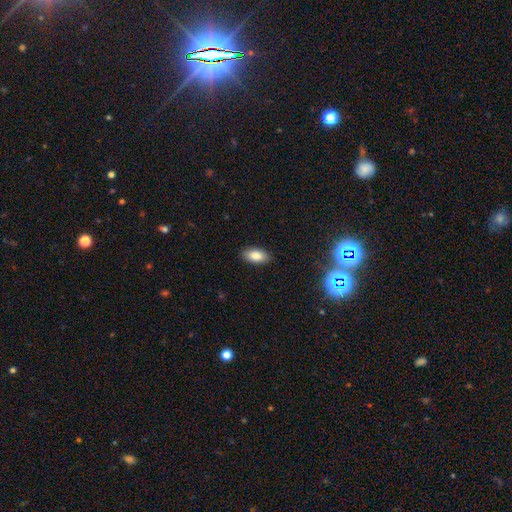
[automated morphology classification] The model was most divided on "smooth or featured": smooth: 85%, star or artifact: 8%, featured or disk: 7%. More confident: how rounded — in between (92%); merging — none (89%).